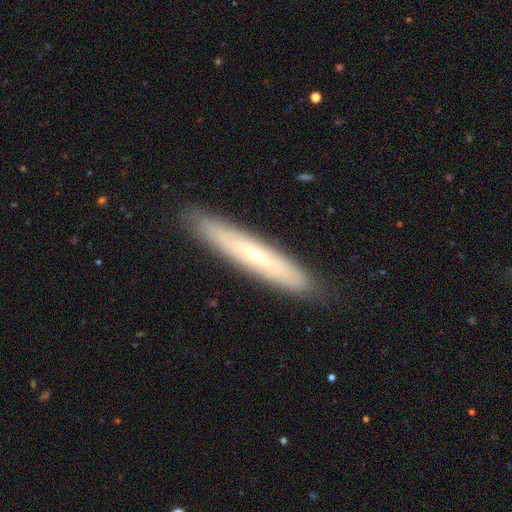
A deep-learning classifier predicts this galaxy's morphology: A featured or disk galaxy (57%) viewed edge-on (73%). Merging: none (89%).